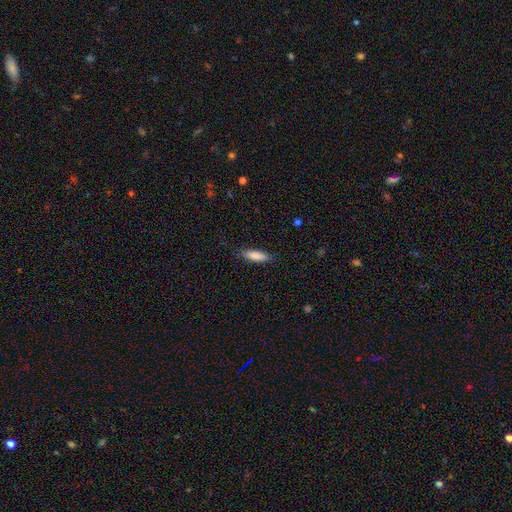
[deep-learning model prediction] Q: Smooth or featured?
A: smooth (84%); runner-up: featured or disk (10%)
Q: How rounded?
A: cigar-shaped (60%); runner-up: in between (39%)
Q: Merging?
A: none (85%); runner-up: minor disturbance (11%)